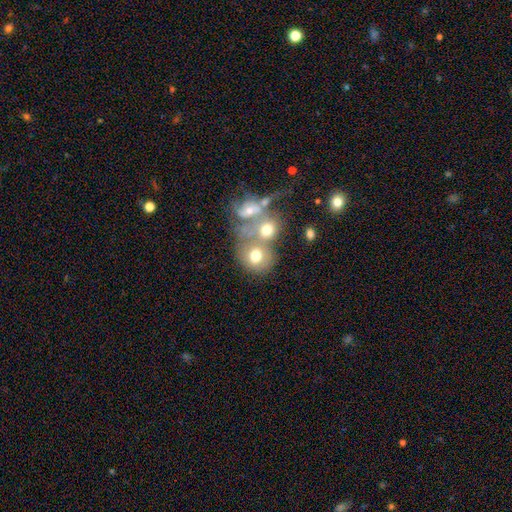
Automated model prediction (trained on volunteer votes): Smooth or featured? smooth (62%)
How rounded? round (68%)
Merging? merger (51%)